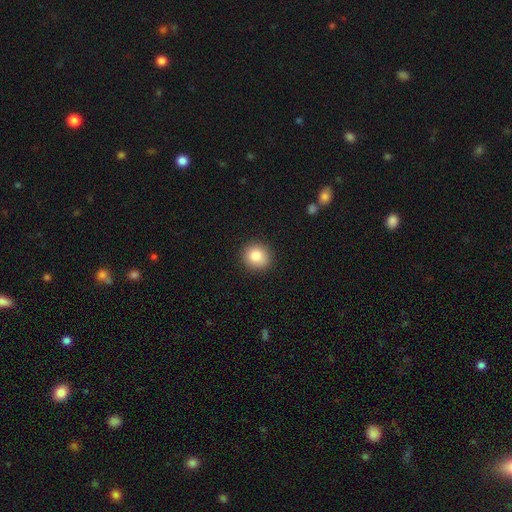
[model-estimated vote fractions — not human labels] This is clearly a smooth galaxy (84%). How rounded: clearly round (89%). Merging: clearly none (90%).